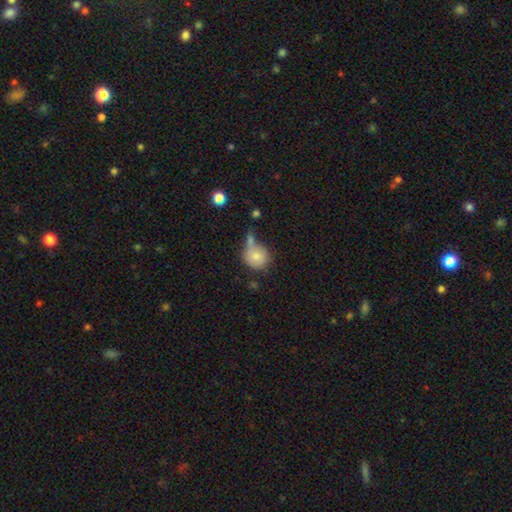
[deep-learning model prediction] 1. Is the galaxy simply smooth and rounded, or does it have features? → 78% smooth, 13% featured or disk, 8% star or artifact.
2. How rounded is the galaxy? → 84% round, 15% in between, 1% cigar-shaped.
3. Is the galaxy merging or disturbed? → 40% none, 27% merger, 20% minor disturbance, 12% major disturbance.